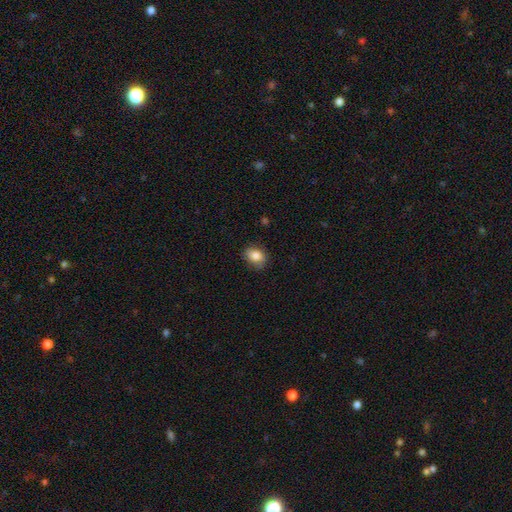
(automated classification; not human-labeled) The model was most divided on "how rounded": in between: 66%, round: 33%, cigar-shaped: 1%. More confident: smooth or featured — smooth (82%); merging — none (76%).